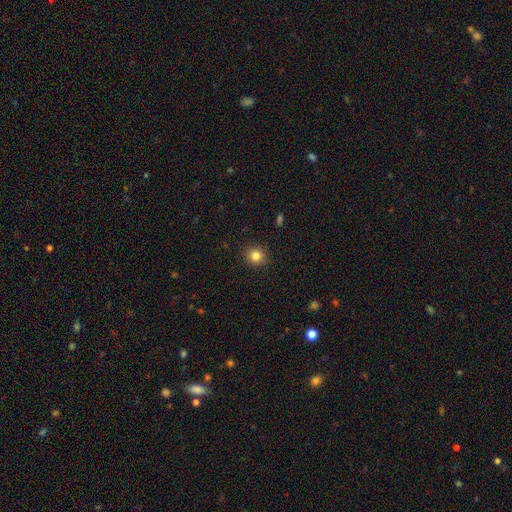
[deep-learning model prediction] Morphology: type=smooth (83%); roundness=round (92%); merging=none (92%).